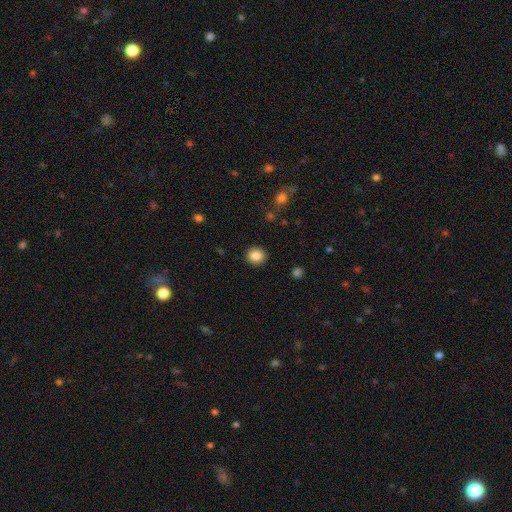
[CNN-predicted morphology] A smooth galaxy with no disk features (85%) that is round (86%). Merging: none (91%).